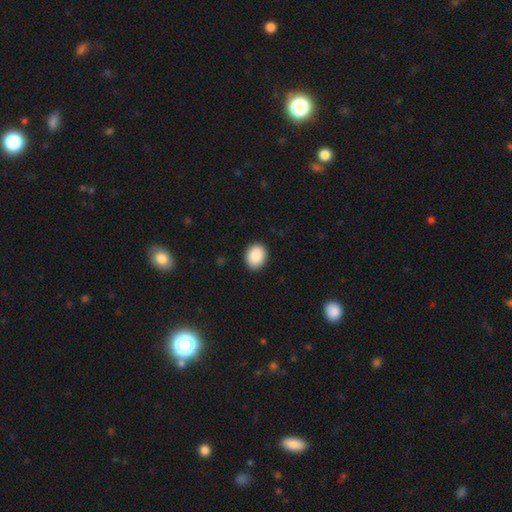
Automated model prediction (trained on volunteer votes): This is clearly a smooth galaxy (89%). How rounded: possibly in between (54%). Merging: clearly none (91%).